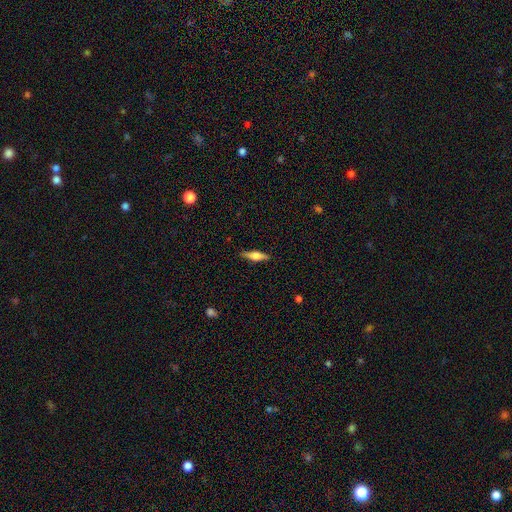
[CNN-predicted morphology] The model was most divided on "smooth or featured": featured or disk: 52%, smooth: 42%, star or artifact: 6%. More confident: edge-on disk — yes (95%); merging — none (88%).